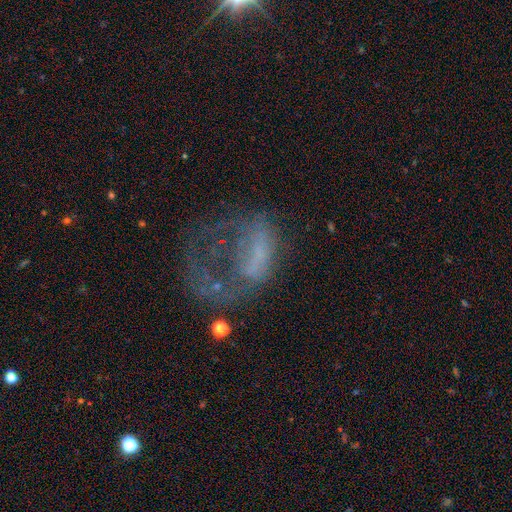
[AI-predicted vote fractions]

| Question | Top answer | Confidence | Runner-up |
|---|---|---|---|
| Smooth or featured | featured or disk | 51% | smooth (30%) |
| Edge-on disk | no | 96% | yes (4%) |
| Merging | major disturbance | 62% | none (21%) |